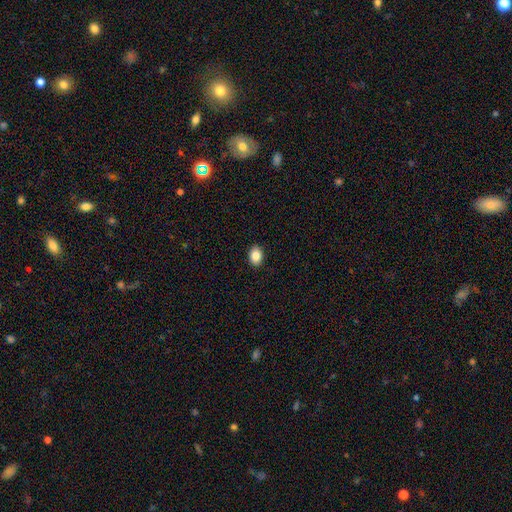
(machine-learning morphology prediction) Overall: smooth (87%). How rounded: in between (78%). Merging: none (91%).